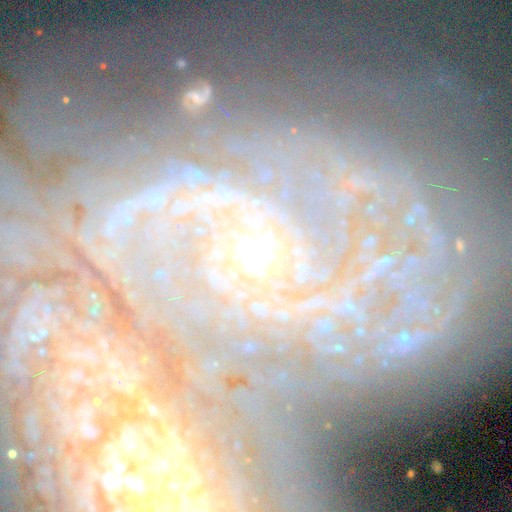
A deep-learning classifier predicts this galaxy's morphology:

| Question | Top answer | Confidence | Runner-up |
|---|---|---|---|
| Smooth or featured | featured or disk | 76% | star or artifact (15%) |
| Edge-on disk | no | 96% | yes (4%) |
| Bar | no | 67% | weak (21%) |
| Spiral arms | yes | 89% | no (11%) |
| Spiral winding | tight | 65% | medium (24%) |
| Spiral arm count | can't tell | 31% | 2 (20%) |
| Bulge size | small | 66% | moderate (25%) |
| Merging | none | 43% | merger (27%) |